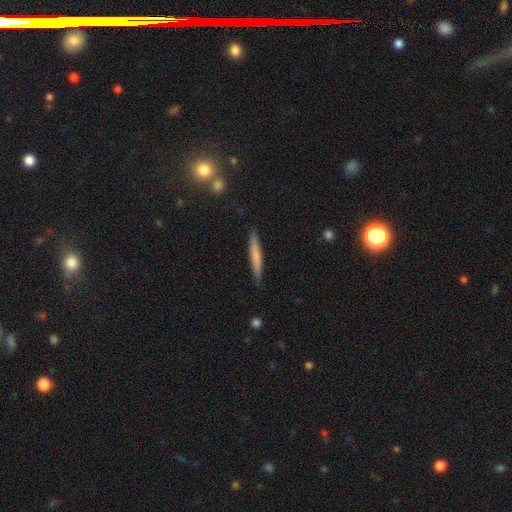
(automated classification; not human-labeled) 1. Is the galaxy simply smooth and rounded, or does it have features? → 67% smooth, 27% featured or disk, 5% star or artifact.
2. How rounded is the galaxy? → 95% cigar-shaped, 3% in between, 1% round.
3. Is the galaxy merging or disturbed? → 89% none, 8% minor disturbance, 2% major disturbance, 1% merger.